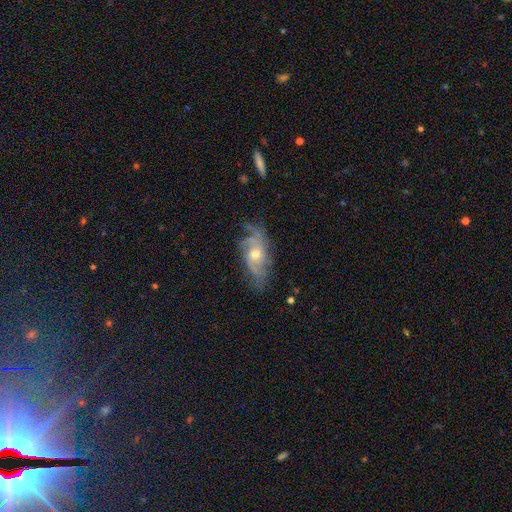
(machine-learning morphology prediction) The model was most divided on "spiral winding" (2-way tie): tight: 39%, medium: 39%, loose: 22%. Remaining: spiral arms — yes (86%); edge-on disk — no (85%); merging — none (72%); bar — no (72%); smooth or featured — featured or disk (68%); bulge size — moderate (62%); spiral arm count — can't tell (40%).